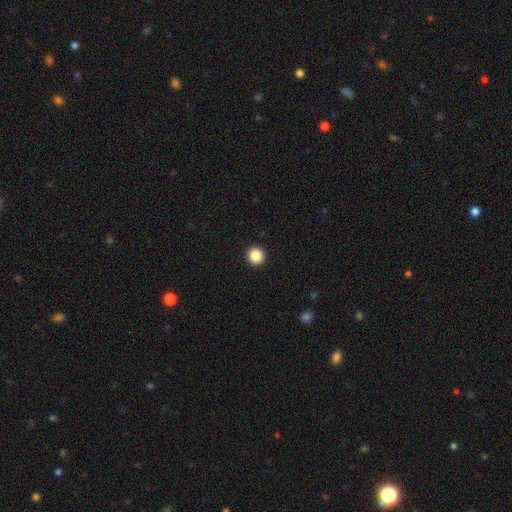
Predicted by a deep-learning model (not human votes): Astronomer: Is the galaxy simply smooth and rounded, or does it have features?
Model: smooth — 87%.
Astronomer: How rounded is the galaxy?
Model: round — 95%.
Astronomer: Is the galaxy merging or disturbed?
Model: none — 94%.